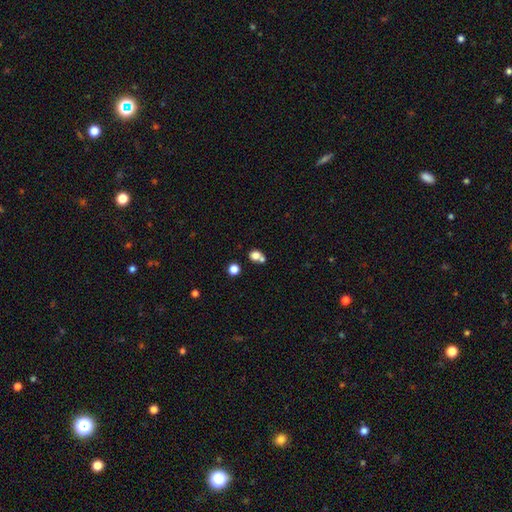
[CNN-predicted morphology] A smooth galaxy with no disk features (76%) that is round (71%).

Vote fractions:
- Smooth or featured? smooth: 76% / star or artifact: 13% / featured or disk: 10%
- How rounded? round: 71% / in between: 28% / cigar-shaped: 1%
- Merging? none: 47% / merger: 41% / minor disturbance: 8% / major disturbance: 4%